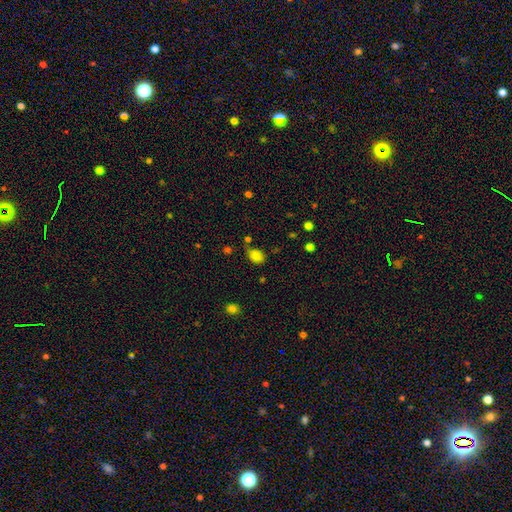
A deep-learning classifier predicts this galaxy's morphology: Smooth or featured: smooth — 81% (star or artifact — 14%)
How rounded: in between — 68% (round — 30%)
Merging: none — 64% (minor disturbance — 23%)